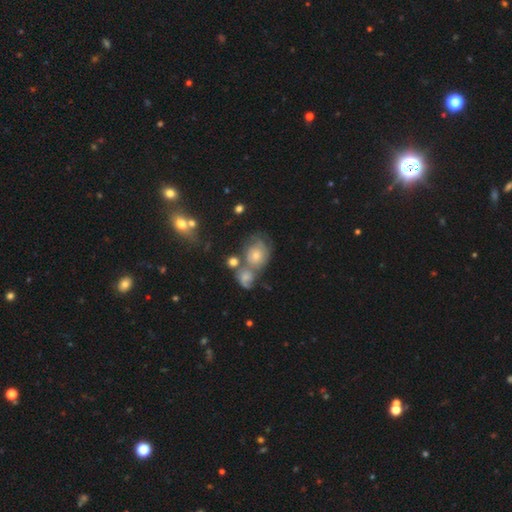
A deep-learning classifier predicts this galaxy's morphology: This is possibly a featured or disk galaxy (57%). It is clearly not viewed edge-on (96%). Bar: likely no (77%). Spiral arm pattern: clearly yes (80%). Central bulge: possibly moderate (48%). Merging: marginally none (39%).